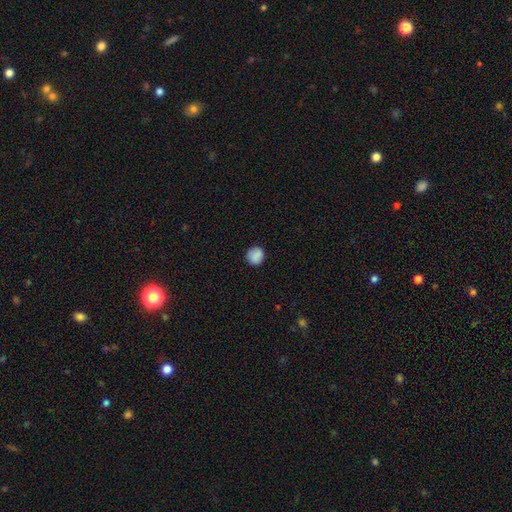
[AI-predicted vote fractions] A smooth galaxy with no disk features (85%) that is round (87%).

Vote fractions:
- Smooth or featured? smooth: 85% / star or artifact: 8% / featured or disk: 6%
- How rounded? round: 87% / in between: 12% / cigar-shaped: 1%
- Merging? none: 85% / minor disturbance: 11% / major disturbance: 3% / merger: 1%